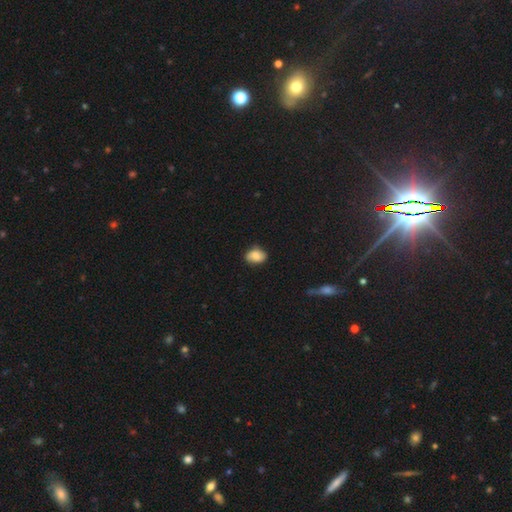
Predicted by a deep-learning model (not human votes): Q: Smooth or featured?
A: smooth (76%); runner-up: featured or disk (16%)
Q: How rounded?
A: in between (76%); runner-up: round (23%)
Q: Merging?
A: none (76%); runner-up: minor disturbance (19%)